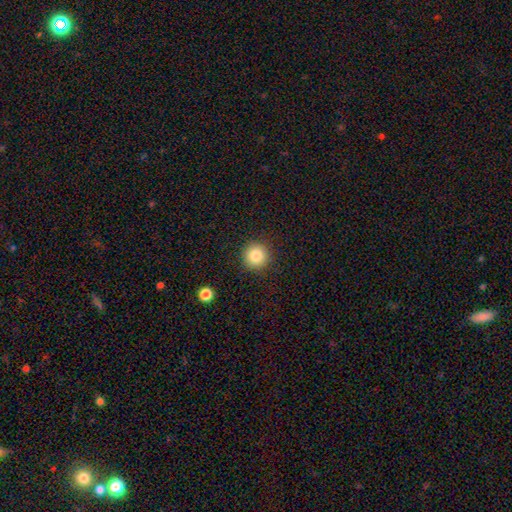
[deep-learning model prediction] Morphology: type=smooth (83%); roundness=round (94%); merging=none (90%).